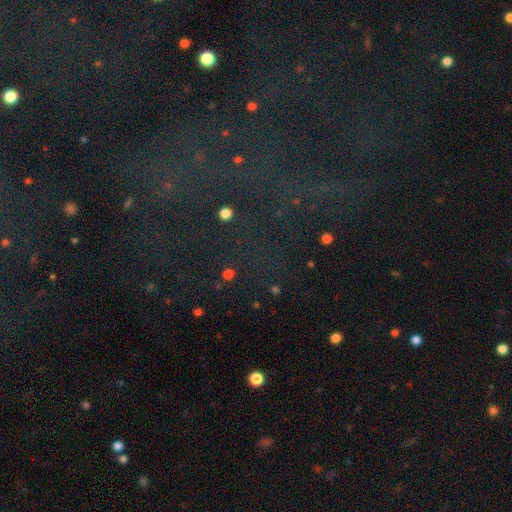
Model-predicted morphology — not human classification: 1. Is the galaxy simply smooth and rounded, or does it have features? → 75% star or artifact, 13% smooth, 12% featured or disk.